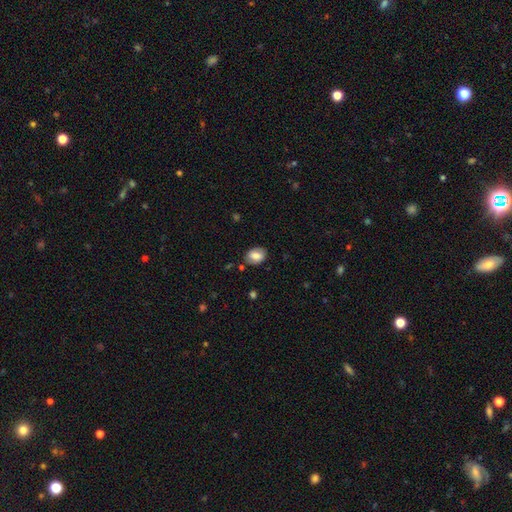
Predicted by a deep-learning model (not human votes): Smooth or featured: smooth — 76% (featured or disk — 17%)
How rounded: in between — 76% (round — 23%)
Merging: none — 81% (minor disturbance — 13%)